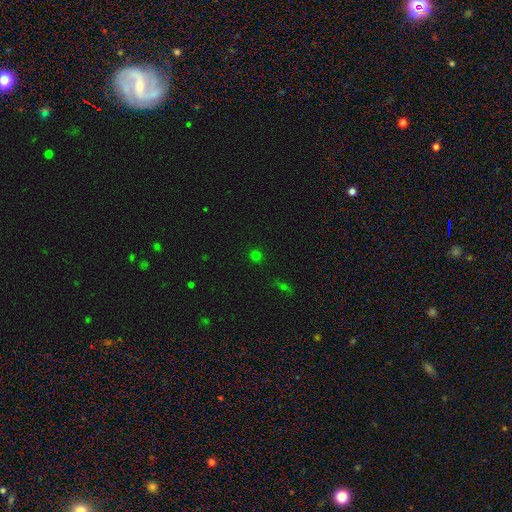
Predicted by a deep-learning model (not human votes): A smooth galaxy with no disk features (70%) that is round (92%).

Vote fractions:
- Smooth or featured? smooth: 70% / star or artifact: 25% / featured or disk: 5%
- How rounded? round: 92% / in between: 7% / cigar-shaped: 1%
- Merging? none: 90% / minor disturbance: 6% / major disturbance: 2% / merger: 2%